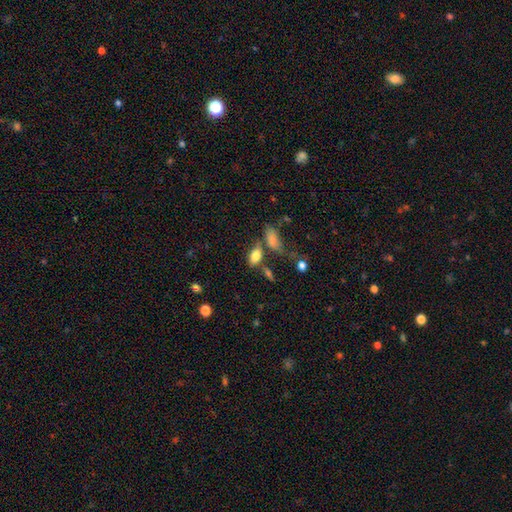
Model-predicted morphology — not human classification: Smooth or featured? smooth (80%)
How rounded? in between (87%)
Merging? none (58%)